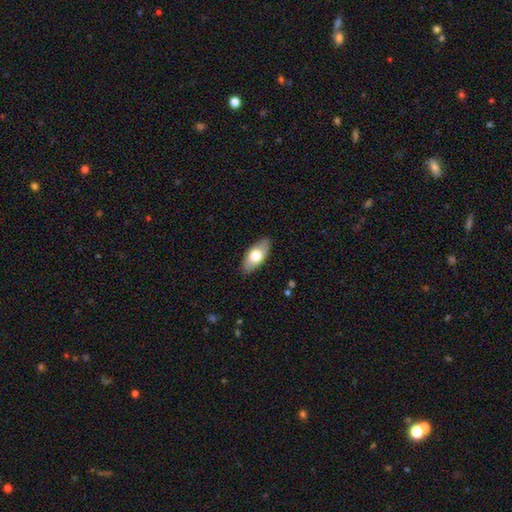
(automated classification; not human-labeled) Q: Smooth or featured?
A: smooth (69%); runner-up: featured or disk (26%)
Q: How rounded?
A: in between (90%); runner-up: cigar-shaped (7%)
Q: Merging?
A: none (87%); runner-up: minor disturbance (10%)